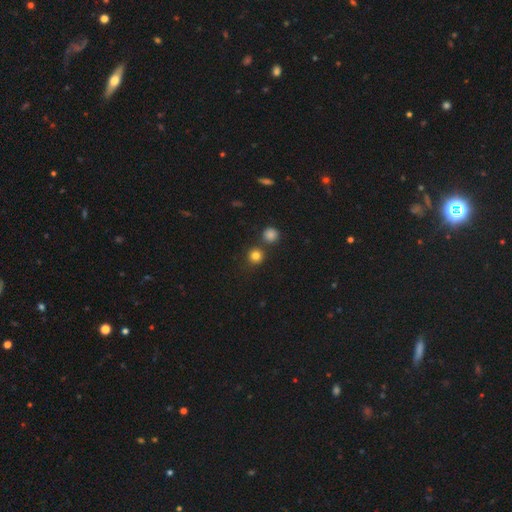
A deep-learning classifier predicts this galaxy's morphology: This appears to be a smooth galaxy with no disk features (81%) that is round (92%). Merging: none (79%).